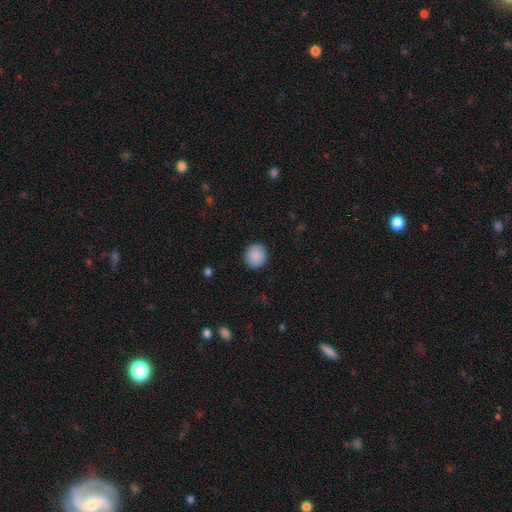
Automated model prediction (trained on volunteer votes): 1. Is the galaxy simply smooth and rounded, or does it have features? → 89% smooth, 7% star or artifact, 3% featured or disk.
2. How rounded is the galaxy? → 86% round, 13% in between, 1% cigar-shaped.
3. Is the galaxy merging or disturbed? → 91% none, 6% minor disturbance, 2% major disturbance, 1% merger.